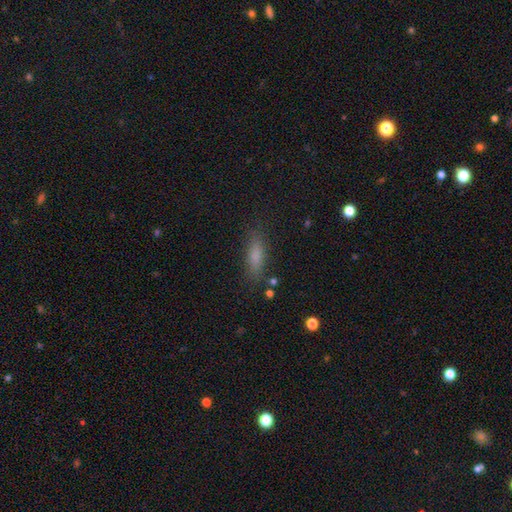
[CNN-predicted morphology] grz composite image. It shows a smooth galaxy with no disk features (75%) that is cigar-shaped (49%). Merging: none (82%).